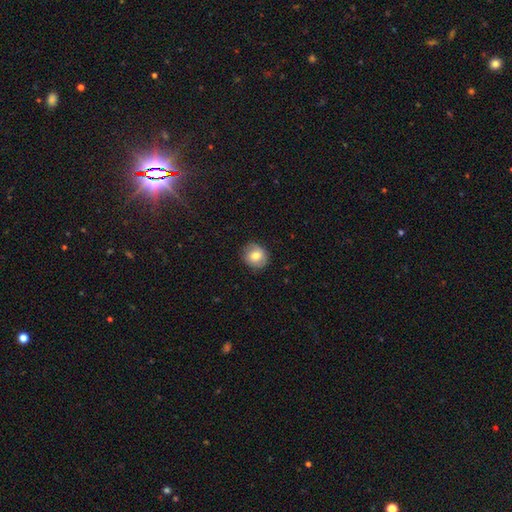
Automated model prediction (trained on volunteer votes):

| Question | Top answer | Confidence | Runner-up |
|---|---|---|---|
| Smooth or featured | smooth | 75% | featured or disk (17%) |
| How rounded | round | 81% | in between (18%) |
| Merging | none | 84% | minor disturbance (12%) |